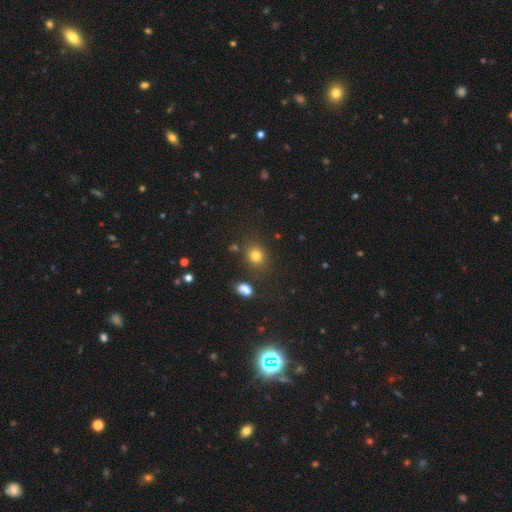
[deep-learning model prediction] Q: Smooth or featured?
A: smooth (79%); runner-up: star or artifact (14%)
Q: How rounded?
A: round (66%); runner-up: in between (33%)
Q: Merging?
A: none (80%); runner-up: minor disturbance (10%)